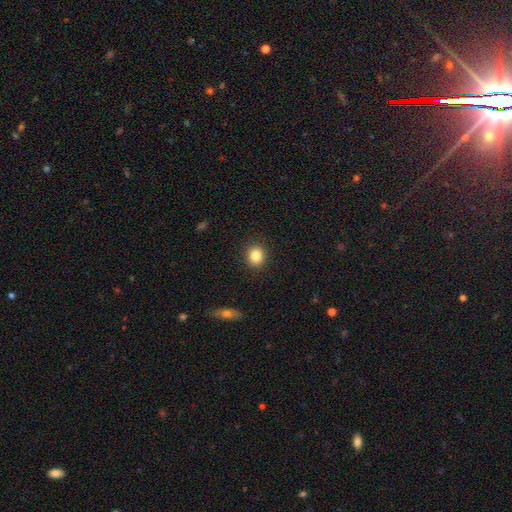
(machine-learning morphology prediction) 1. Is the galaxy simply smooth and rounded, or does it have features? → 84% smooth, 10% star or artifact, 6% featured or disk.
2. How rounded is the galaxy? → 78% round, 21% in between, 1% cigar-shaped.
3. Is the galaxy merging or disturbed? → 90% none, 6% minor disturbance, 2% major disturbance, 1% merger.